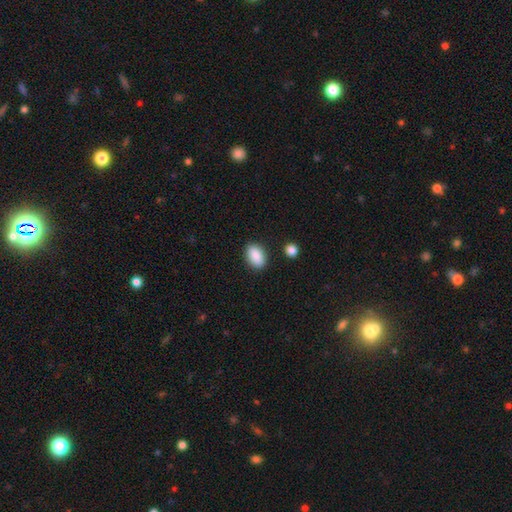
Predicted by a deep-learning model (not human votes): A smooth galaxy with no disk features (89%) that is in between round and cigar-shaped (89%). Merging: none (86%).